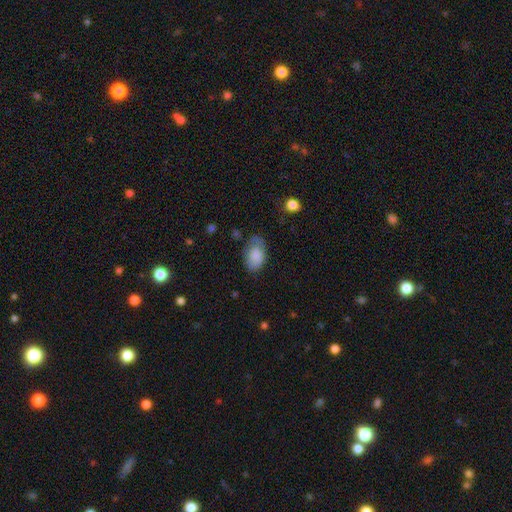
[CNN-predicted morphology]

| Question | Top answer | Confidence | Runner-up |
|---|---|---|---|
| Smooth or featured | smooth | 81% | featured or disk (12%) |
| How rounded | in between | 91% | round (8%) |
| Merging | none | 58% | minor disturbance (30%) |